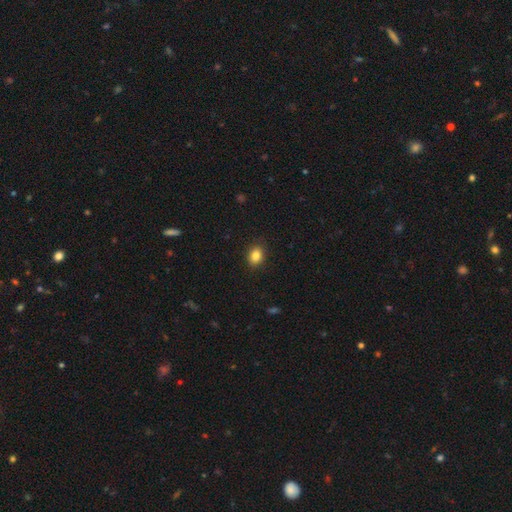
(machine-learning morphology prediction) The model was most divided on "how rounded": in between: 59%, round: 40%, cigar-shaped: 1%. More confident: merging — none (88%); smooth or featured — smooth (85%).